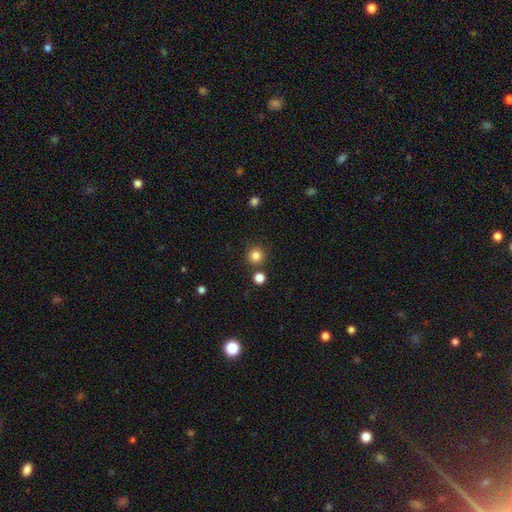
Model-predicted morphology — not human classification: This appears to be a smooth galaxy with no disk features (84%) that is round (95%). Merging: none (86%).